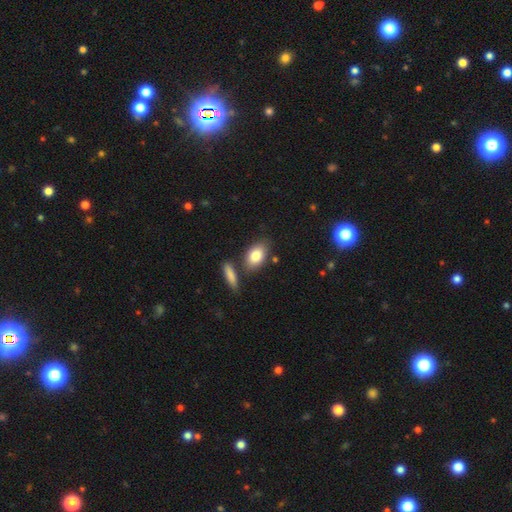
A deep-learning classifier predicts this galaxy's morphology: This is clearly a smooth galaxy (82%). How rounded: clearly in between (87%). Merging: likely none (70%).